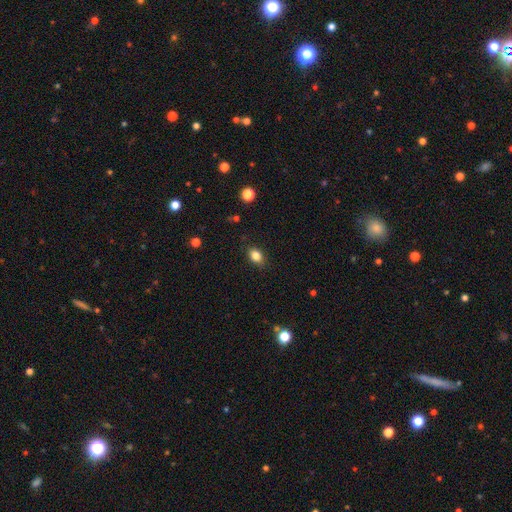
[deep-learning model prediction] Q: Smooth or featured?
A: smooth (84%); runner-up: star or artifact (10%)
Q: How rounded?
A: in between (73%); runner-up: round (26%)
Q: Merging?
A: none (85%); runner-up: minor disturbance (11%)